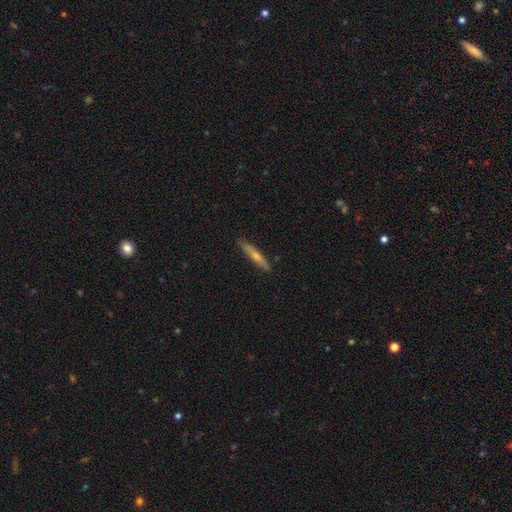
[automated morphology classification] Overall: featured or disk (50%; smooth 44%). Merging: none (87%).